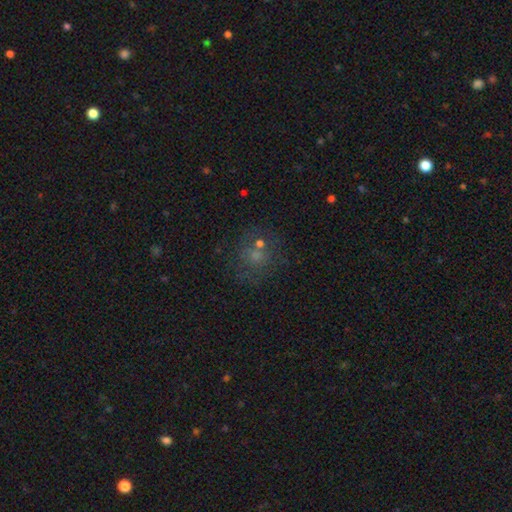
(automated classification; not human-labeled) Smooth or featured: smooth — 49% (star or artifact — 27%)
Merging: none — 63% (merger — 16%)